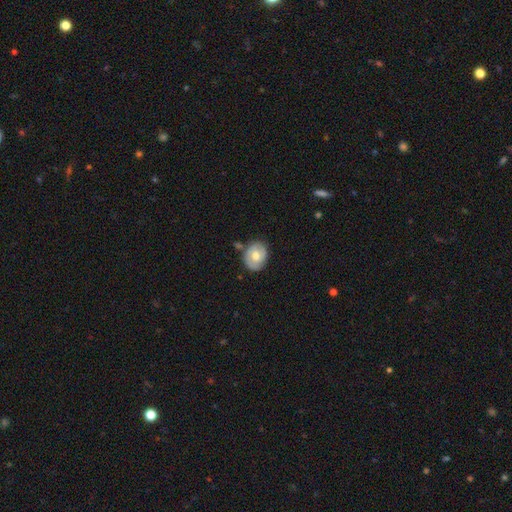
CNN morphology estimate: This is possibly a smooth galaxy (55%). How rounded: possibly round (52%). Merging: likely none (68%).